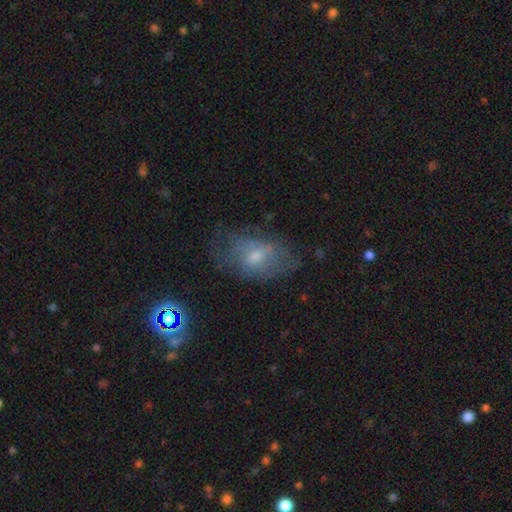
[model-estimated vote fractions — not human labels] Q: Smooth or featured?
A: featured or disk (46%); runner-up: smooth (41%)
Q: Merging?
A: none (56%); runner-up: minor disturbance (25%)